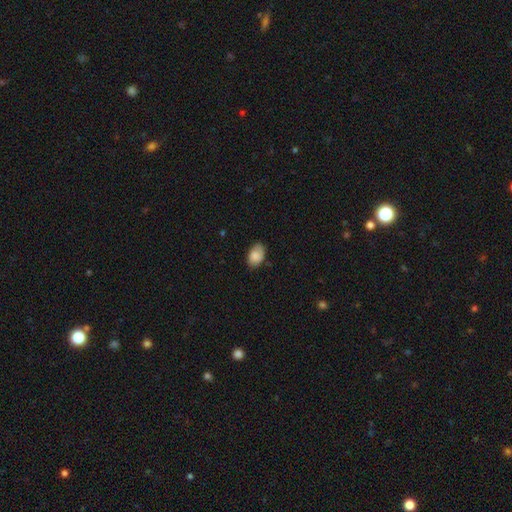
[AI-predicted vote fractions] Smooth or featured? Predicted: smooth (p=0.83). How rounded? Predicted: in between (p=0.88). Merging? Predicted: none (p=0.75).